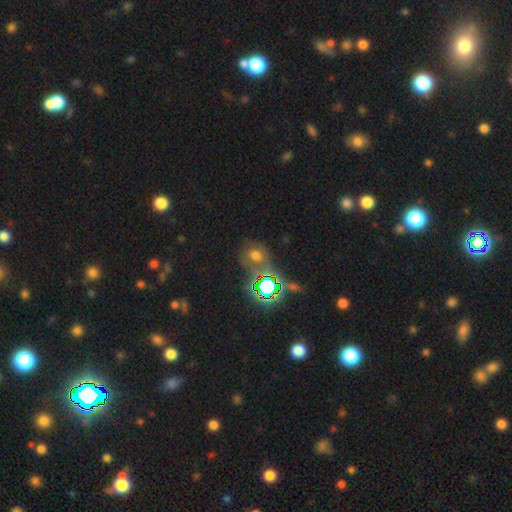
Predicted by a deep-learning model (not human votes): Q: Smooth or featured?
A: star or artifact (42%); runner-up: smooth (39%)